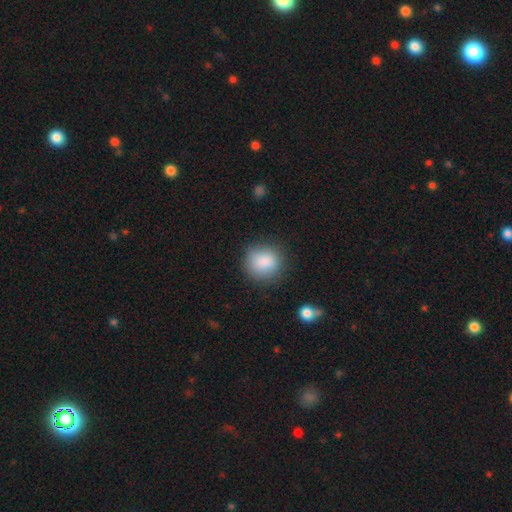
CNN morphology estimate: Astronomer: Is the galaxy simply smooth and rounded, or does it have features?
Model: smooth — 87%.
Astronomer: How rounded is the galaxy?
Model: round — 86%.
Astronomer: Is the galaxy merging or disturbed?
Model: none — 83%.